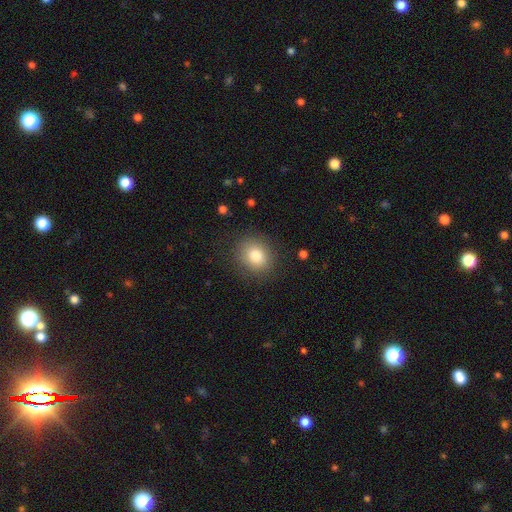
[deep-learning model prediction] Morphology: type=smooth (82%); roundness=round (66%); merging=none (86%).